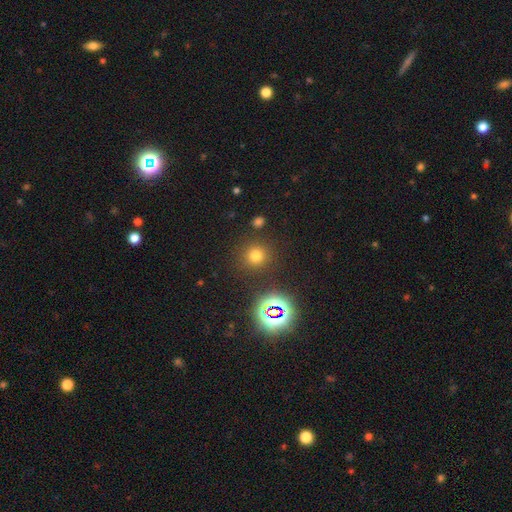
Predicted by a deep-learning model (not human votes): This is likely a smooth galaxy (69%). How rounded: clearly round (93%). Merging: clearly none (87%).